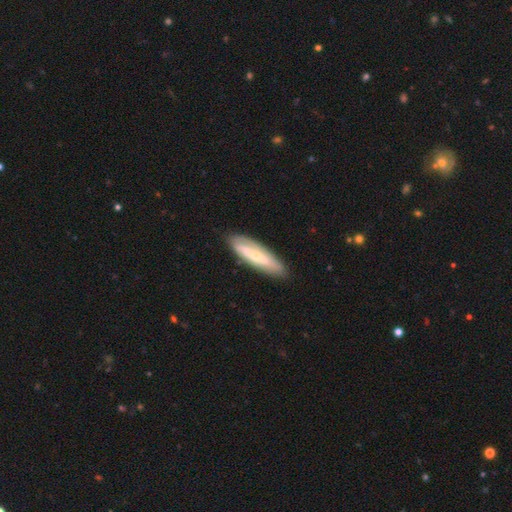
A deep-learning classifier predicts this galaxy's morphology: Smooth or featured? featured or disk (58%)
Edge-on disk? no (60%)
Merging? none (82%)